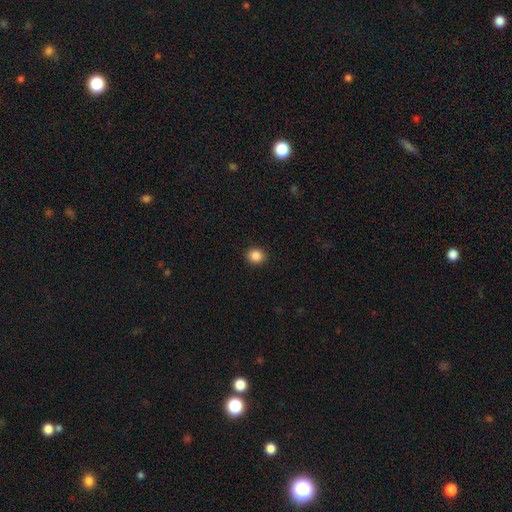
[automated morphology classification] This is clearly a smooth galaxy (87%). How rounded: clearly round (81%). Merging: clearly none (92%).